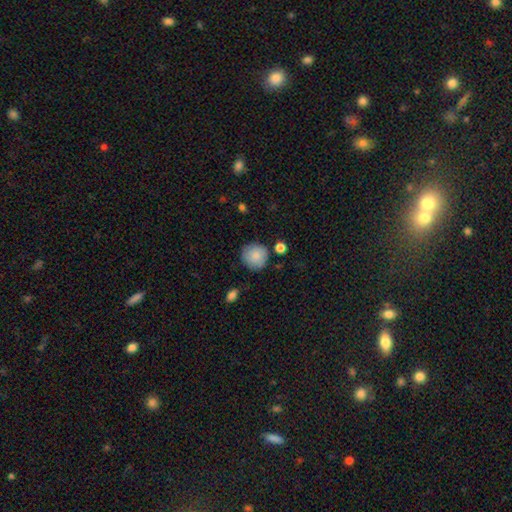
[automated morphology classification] A smooth galaxy with no disk features (85%) that is round (90%).

Vote fractions:
- Smooth or featured? smooth: 85% / featured or disk: 8% / star or artifact: 7%
- How rounded? round: 90% / in between: 9% / cigar-shaped: 1%
- Merging? none: 79% / minor disturbance: 14% / merger: 4% / major disturbance: 3%